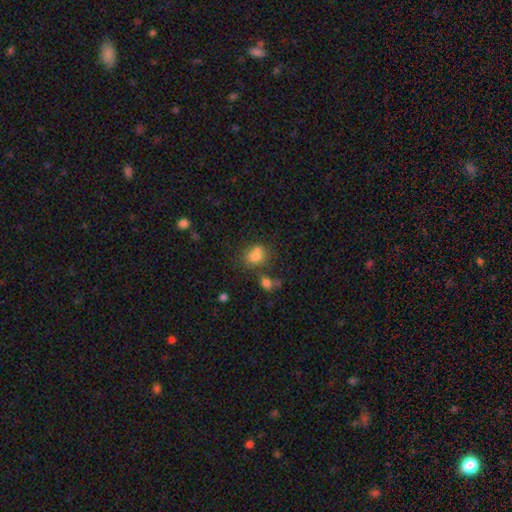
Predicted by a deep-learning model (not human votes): Smooth or featured? smooth (73%)
How rounded? round (60%)
Merging? none (42%)